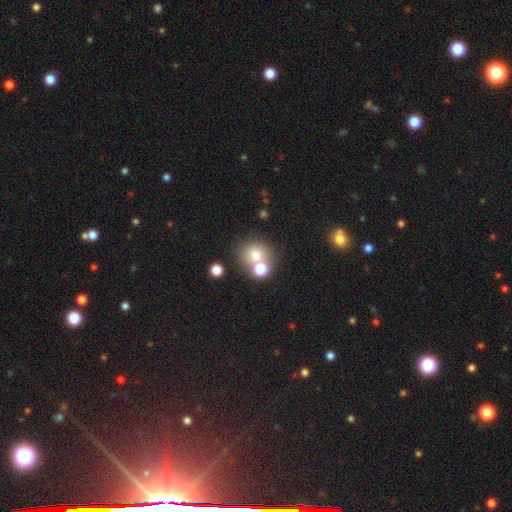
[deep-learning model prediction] This is likely a smooth galaxy (71%). How rounded: clearly round (85%). Merging: possibly none (55%).